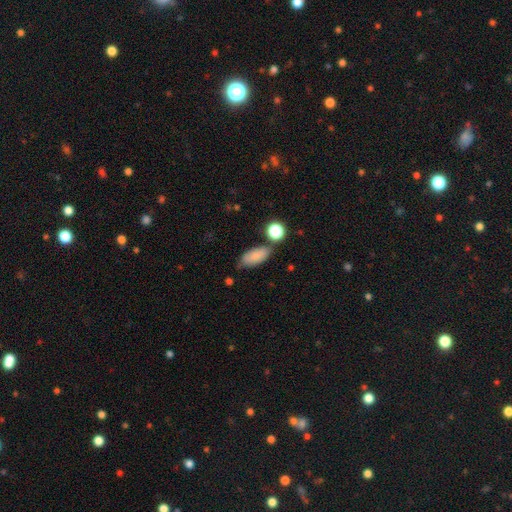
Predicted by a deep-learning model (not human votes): smooth 84%, star or artifact 8%, featured or disk 8%. Down the decision tree: how rounded — in between (86%); merging — none (68%).